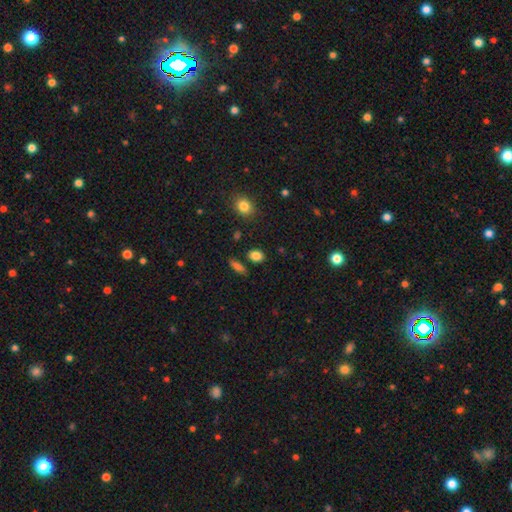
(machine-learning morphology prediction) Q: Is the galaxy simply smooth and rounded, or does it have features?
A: smooth — 85%.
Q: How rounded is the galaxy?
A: in between — 64%.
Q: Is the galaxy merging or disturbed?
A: none — 83%.